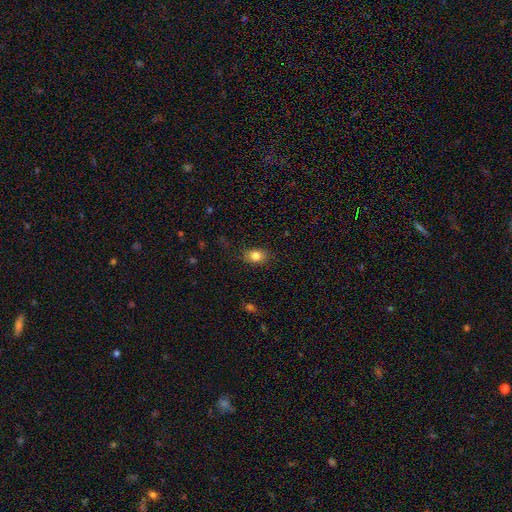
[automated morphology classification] Smooth or featured?
  - smooth: 83% *
  - star or artifact: 9%
  - featured or disk: 7%
How rounded?
  - in between: 72% *
  - round: 26%
  - cigar-shaped: 1%
Merging?
  - none: 82% *
  - minor disturbance: 13%
  - major disturbance: 4%
  - merger: 1%